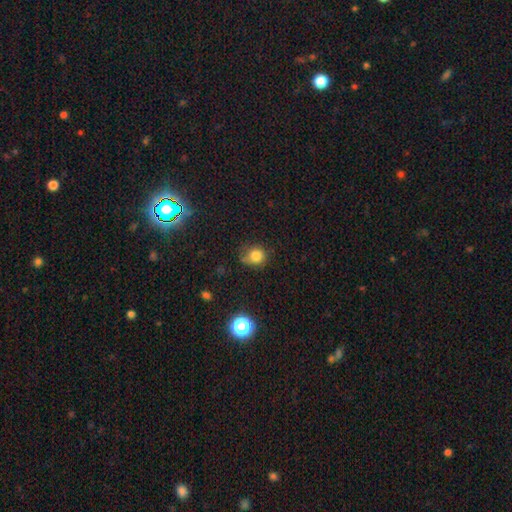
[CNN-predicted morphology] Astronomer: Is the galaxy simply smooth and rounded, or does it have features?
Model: smooth — 79%.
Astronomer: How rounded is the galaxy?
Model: round — 74%.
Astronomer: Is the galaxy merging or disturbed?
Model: none — 58%.